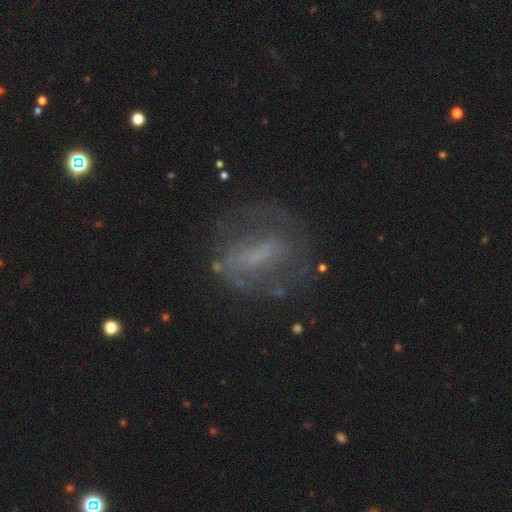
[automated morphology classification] Smooth or featured? featured or disk (59%)
Edge-on disk? no (88%)
Bar? strong (43%)
Spiral arms? yes (51%)
Bulge size? none (51%)
Merging? none (63%)